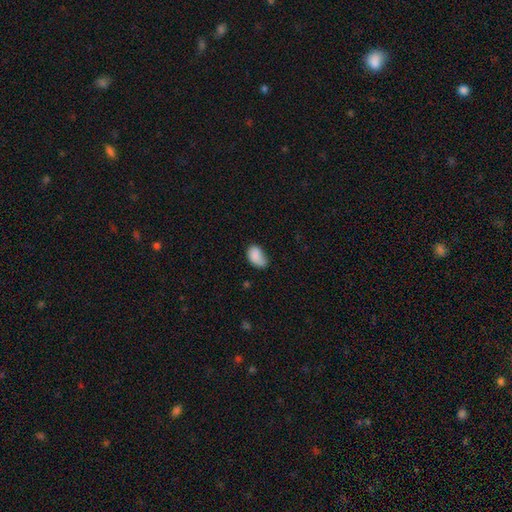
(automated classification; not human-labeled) Smooth or featured? Predicted: smooth (p=0.84). How rounded? Predicted: in between (p=0.89). Merging? Predicted: none (p=0.45).